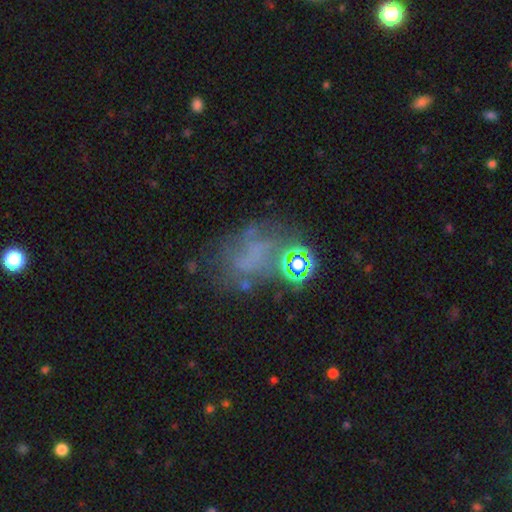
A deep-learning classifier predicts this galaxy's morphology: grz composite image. It shows a featured or disk galaxy (42%). Merging: none (44%).